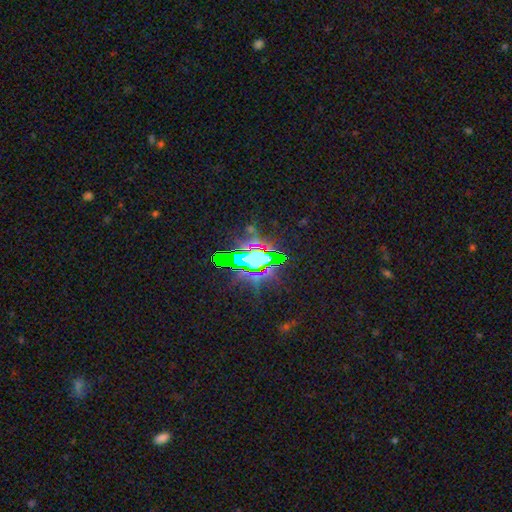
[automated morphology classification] The model was most divided on "smooth or featured": star or artifact: 74%, featured or disk: 14%, smooth: 12%.